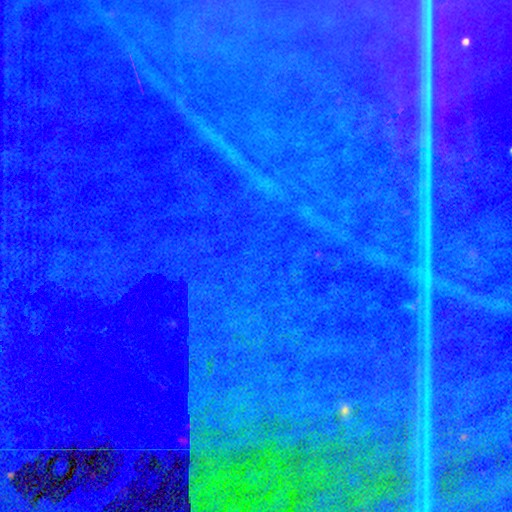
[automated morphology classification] This appears to be a star or artifact, not a galaxy (88%).